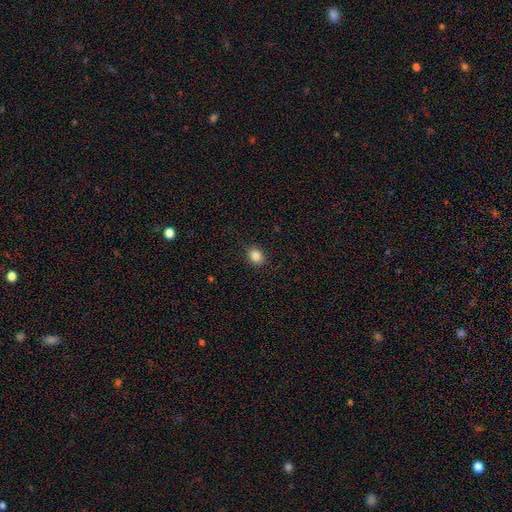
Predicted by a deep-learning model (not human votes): Smooth or featured?
  - smooth: 85% *
  - star or artifact: 10%
  - featured or disk: 5%
How rounded?
  - round: 60% *
  - in between: 39%
  - cigar-shaped: 1%
Merging?
  - none: 88% *
  - minor disturbance: 9%
  - major disturbance: 2%
  - merger: 1%